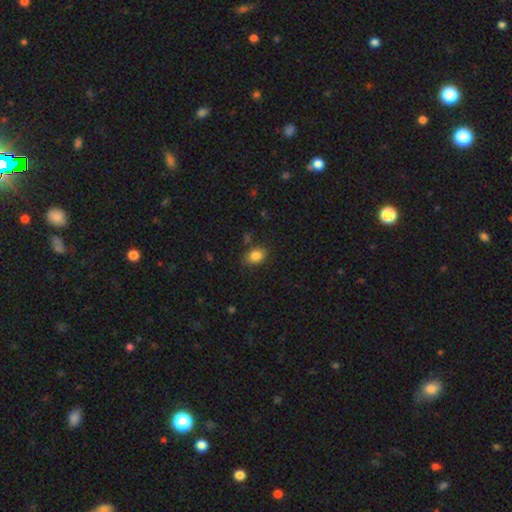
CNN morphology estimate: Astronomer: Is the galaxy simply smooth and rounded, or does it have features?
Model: smooth — 84%.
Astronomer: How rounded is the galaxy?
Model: in between — 68%.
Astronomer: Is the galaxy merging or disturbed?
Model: none — 81%.